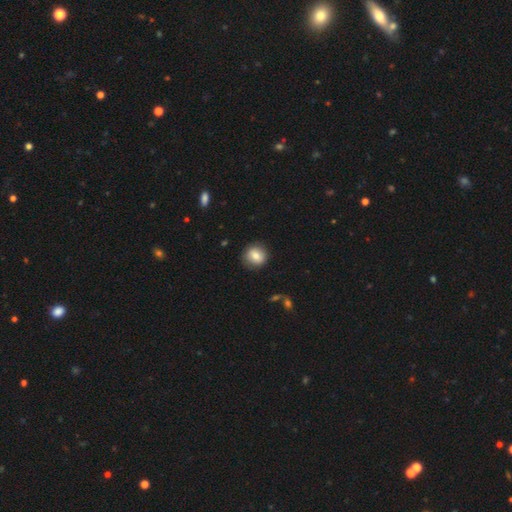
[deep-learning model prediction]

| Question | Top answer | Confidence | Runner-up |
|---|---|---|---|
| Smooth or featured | smooth | 78% | featured or disk (13%) |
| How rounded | round | 85% | in between (14%) |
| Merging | none | 86% | minor disturbance (10%) |